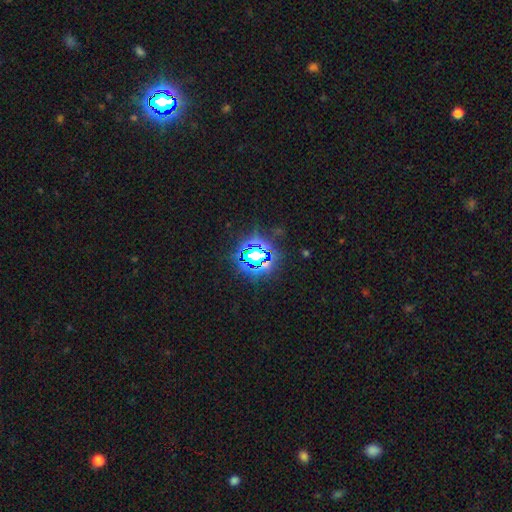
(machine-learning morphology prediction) This appears to be a star or artifact, not a galaxy (70%).